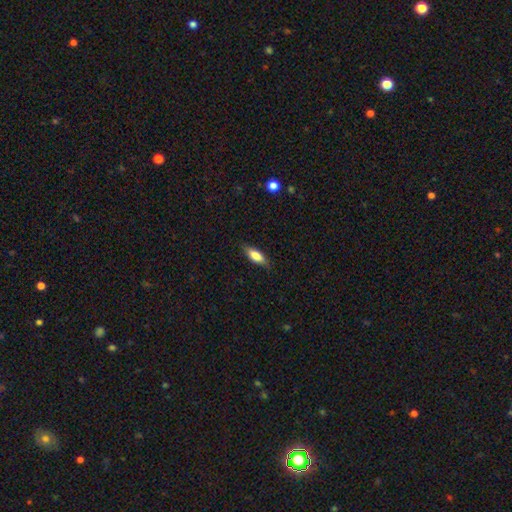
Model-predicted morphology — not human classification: This appears to be a smooth galaxy with no disk features (77%) that is in between round and cigar-shaped (65%). Merging: none (82%).